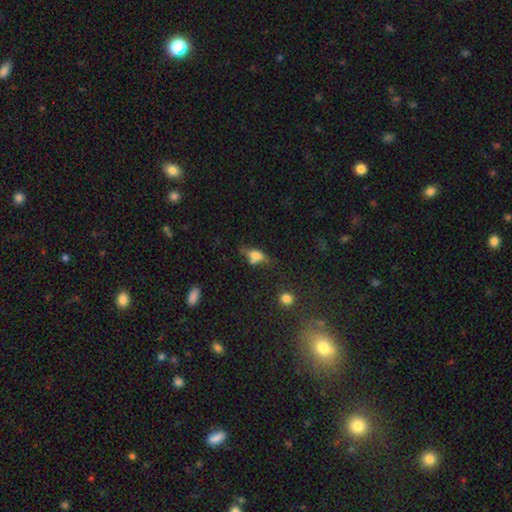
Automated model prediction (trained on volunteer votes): The model was most divided on "merging": none: 48%, minor disturbance: 26%, merger: 14%, major disturbance: 13%. More confident: how rounded — in between (77%); smooth or featured — smooth (63%).